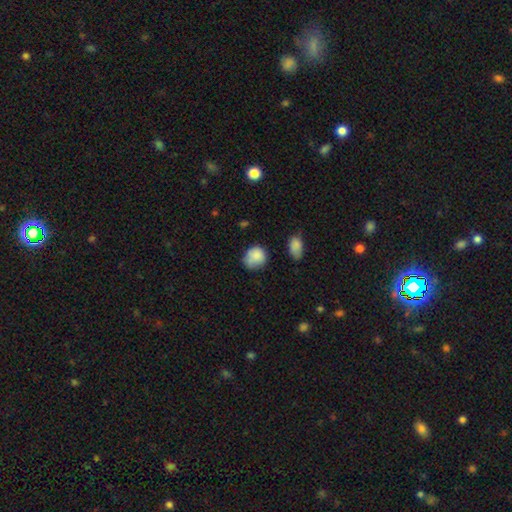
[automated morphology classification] type=smooth (83%); roundness=round (70%); merging=none (57%).